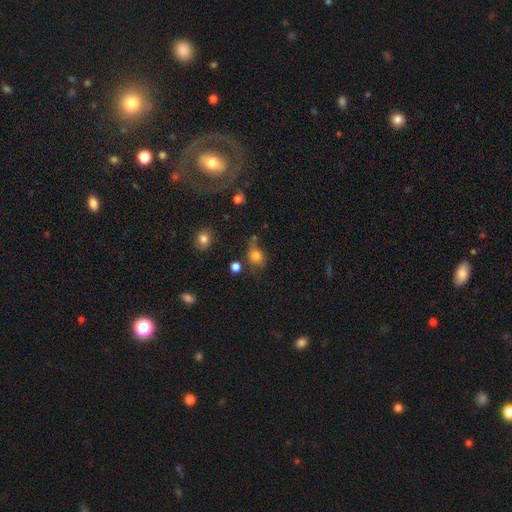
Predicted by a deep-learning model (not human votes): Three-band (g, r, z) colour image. It shows a smooth galaxy with no disk features (78%) that is round (61%). Merging: none (53%).